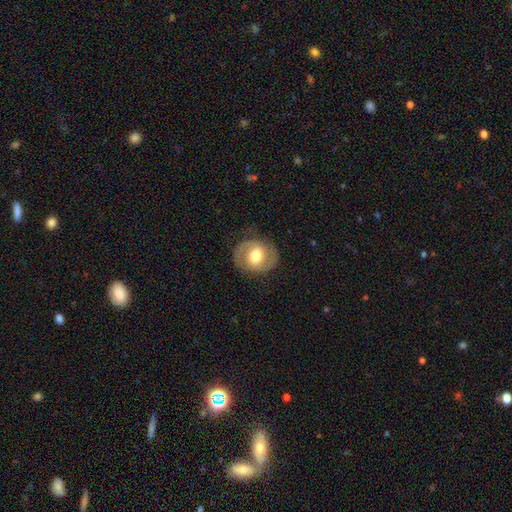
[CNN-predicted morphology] smooth-or-featured: featured or disk: 52% | smooth: 41% | star or artifact: 6%
  disk-edge-on: no: 96% | yes: 4%
    bar: no: 43% | weak: 42% | strong: 16%
    has-spiral-arms: yes: 71% | no: 29%
    bulge-size: moderate: 69% | large: 20% | small: 8% | dominant: 2% | none: 1%
  merging: none: 79% | minor disturbance: 14% | major disturbance: 6% | merger: 1%